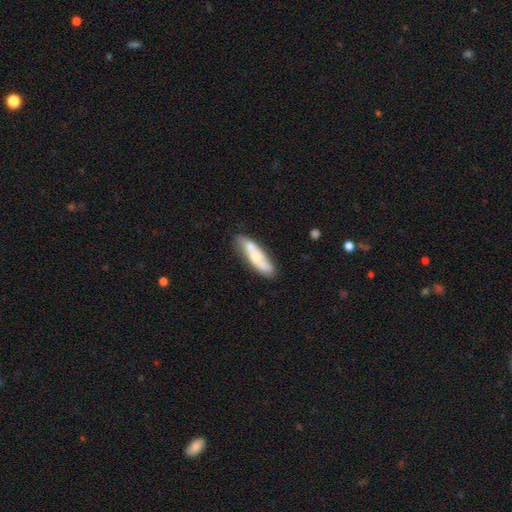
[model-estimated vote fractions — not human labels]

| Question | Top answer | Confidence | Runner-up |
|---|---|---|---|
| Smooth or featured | smooth | 57% | featured or disk (37%) |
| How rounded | cigar-shaped | 66% | in between (33%) |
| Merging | none | 70% | minor disturbance (20%) |